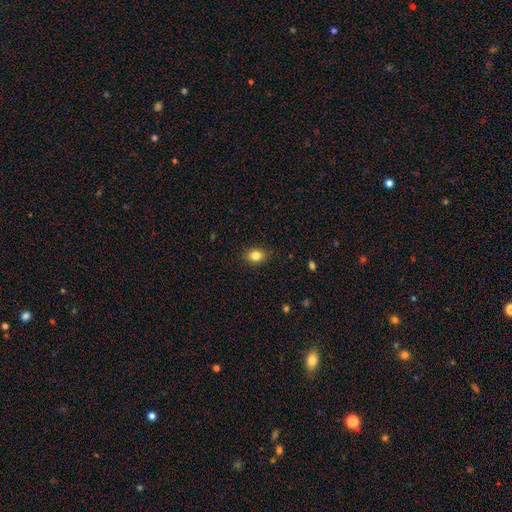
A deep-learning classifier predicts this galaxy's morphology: Q: Smooth or featured?
A: smooth (83%); runner-up: star or artifact (10%)
Q: How rounded?
A: in between (61%); runner-up: round (38%)
Q: Merging?
A: none (88%); runner-up: minor disturbance (9%)